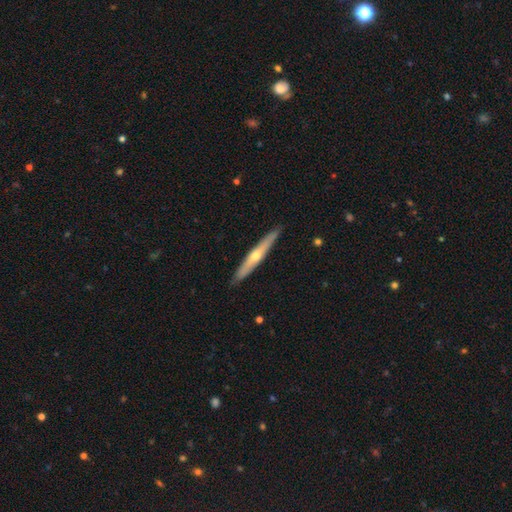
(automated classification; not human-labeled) Morphology: type=featured or disk (60%); edge-on=yes (93%); edge-on bulge=rounded (82%); merging=none (90%).